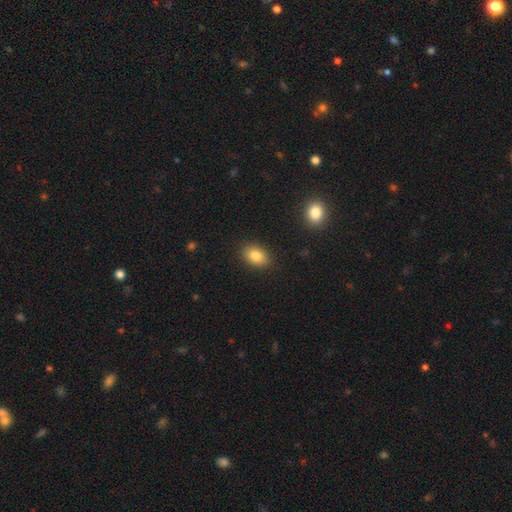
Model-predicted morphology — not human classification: Smooth or featured? Predicted: smooth (p=0.83). How rounded? Predicted: in between (p=0.82). Merging? Predicted: none (p=0.88).